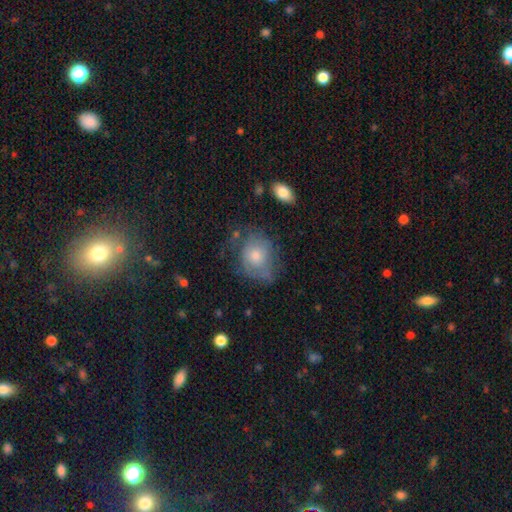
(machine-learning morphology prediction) The model was most divided on "smooth or featured": smooth: 45%, featured or disk: 44%, star or artifact: 12%. More confident: merging — none (55%).